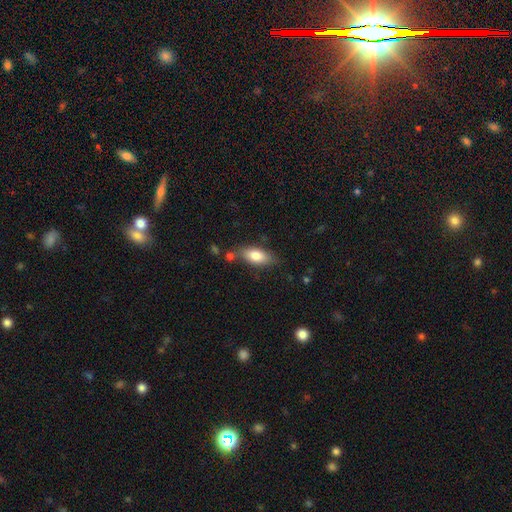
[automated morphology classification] Smooth or featured? Predicted: smooth (p=0.78). How rounded? Predicted: in between (p=0.81). Merging? Predicted: none (p=0.70).